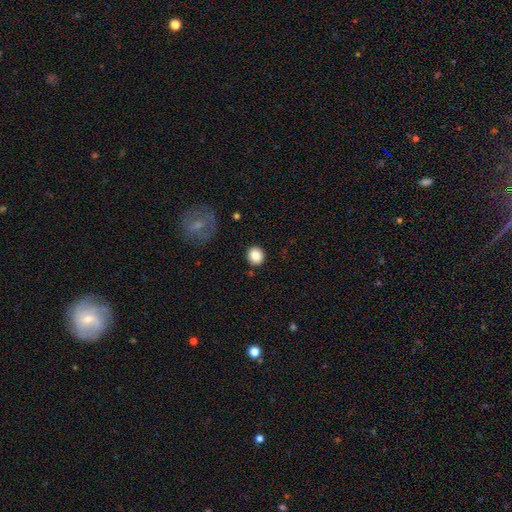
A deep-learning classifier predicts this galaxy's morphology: smooth_or_featured: smooth (p=0.85) [alt: star or artifact p=0.09]
how_rounded: round (p=0.86) [alt: in between p=0.13]
merging: none (p=0.89) [alt: minor disturbance p=0.07]